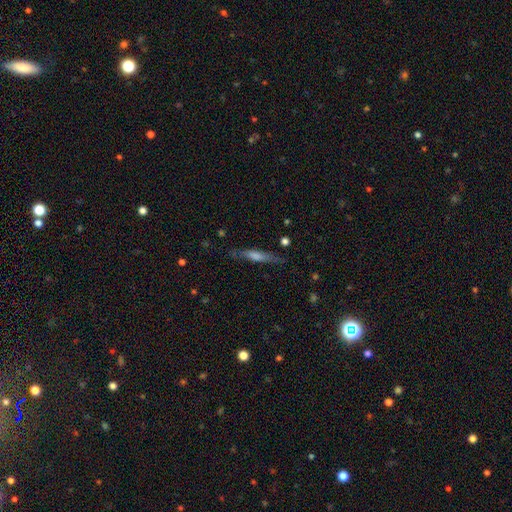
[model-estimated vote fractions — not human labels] A featured or disk galaxy (50%) viewed edge-on (89%). Merging: none (79%).